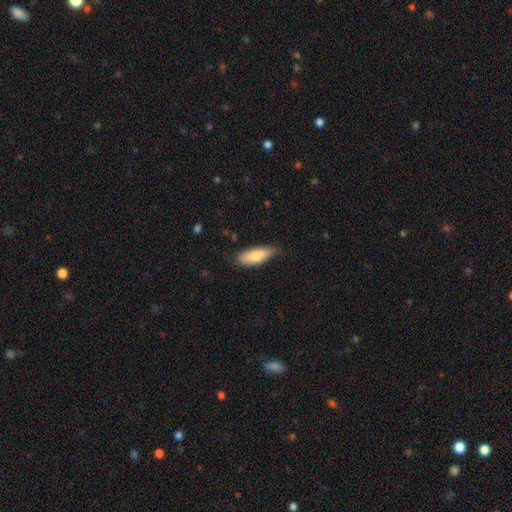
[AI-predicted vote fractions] Smooth or featured? smooth (77%)
How rounded? in between (71%)
Merging? none (65%)